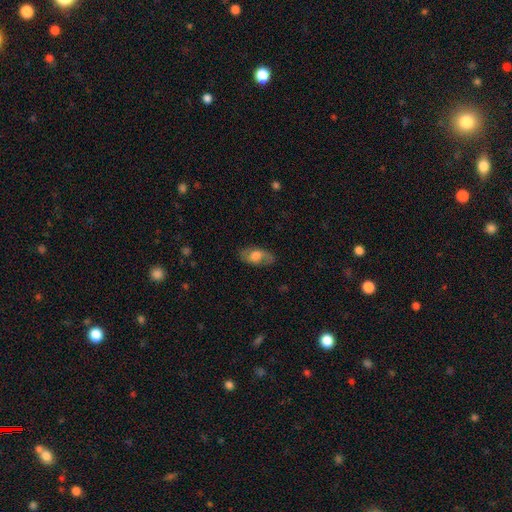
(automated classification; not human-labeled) The model was most divided on "smooth or featured": smooth: 55%, featured or disk: 38%, star or artifact: 7%. More confident: how rounded — in between (88%); merging — none (77%).